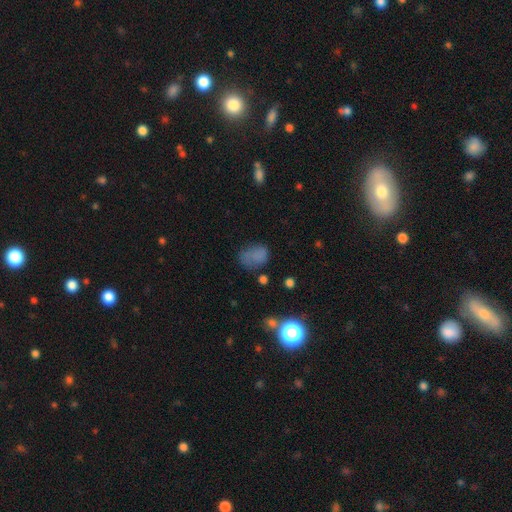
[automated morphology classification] A smooth galaxy with no disk features (69%) that is in between round and cigar-shaped (69%).

Vote fractions:
- Smooth or featured? smooth: 69% / star or artifact: 18% / featured or disk: 12%
- How rounded? in between: 69% / round: 29% / cigar-shaped: 2%
- Merging? none: 47% / minor disturbance: 27% / major disturbance: 20% / merger: 5%